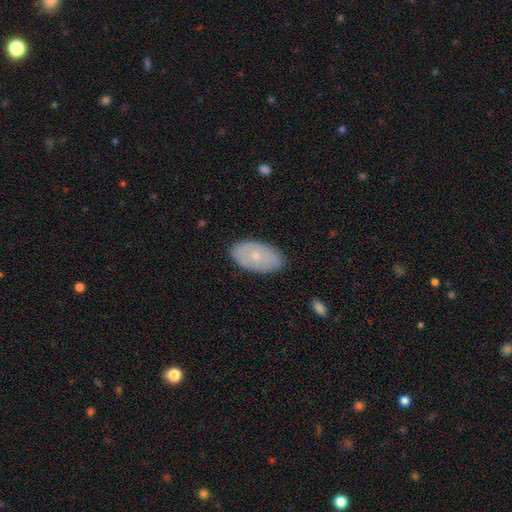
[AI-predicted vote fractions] Smooth or featured? smooth (66%)
How rounded? in between (94%)
Merging? none (84%)